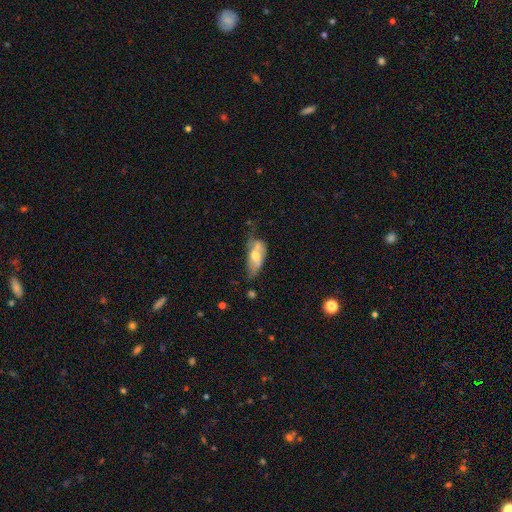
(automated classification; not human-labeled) smooth_or_featured: smooth (p=0.49) [alt: featured or disk p=0.44]
merging: merger (p=0.32) [alt: none p=0.26]